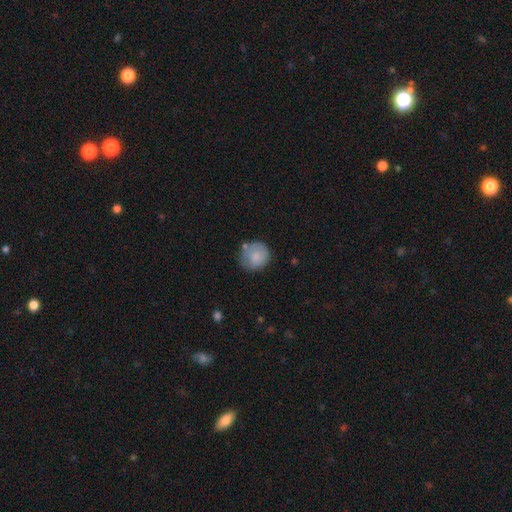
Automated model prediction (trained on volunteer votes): Smooth or featured? Predicted: smooth (p=0.79). How rounded? Predicted: round (p=0.88). Merging? Predicted: none (p=0.66).